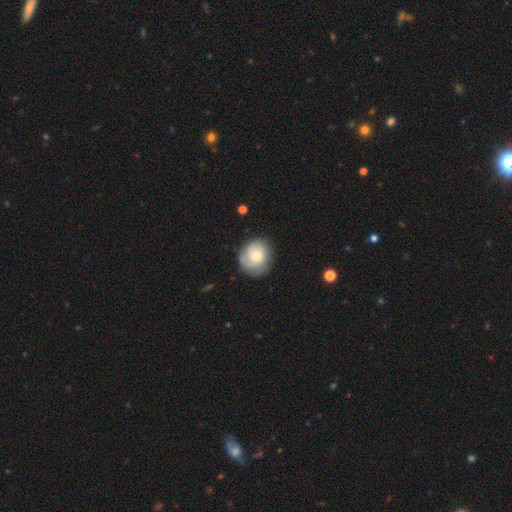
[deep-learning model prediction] A smooth galaxy with no disk features (62%) that is round (76%).

Vote fractions:
- Smooth or featured? smooth: 62% / featured or disk: 31% / star or artifact: 7%
- How rounded? round: 76% / in between: 23% / cigar-shaped: 1%
- Merging? none: 73% / minor disturbance: 20% / major disturbance: 6% / merger: 1%